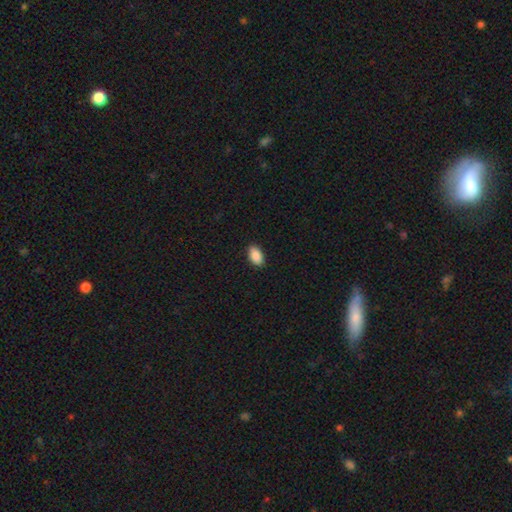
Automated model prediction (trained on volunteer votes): A smooth galaxy with no disk features (90%) that is in between round and cigar-shaped (93%). Merging: none (89%).